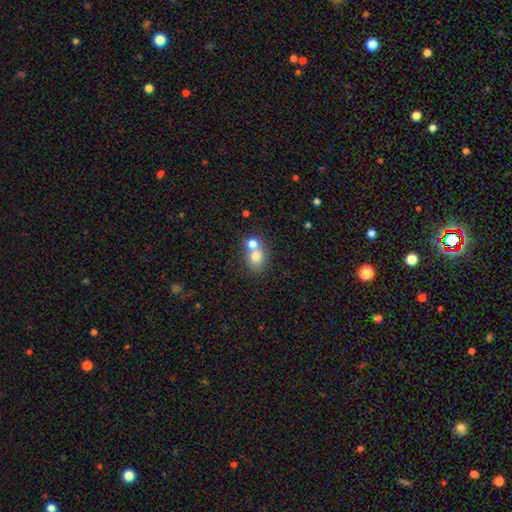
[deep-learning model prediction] Smooth or featured?
  - smooth: 75% *
  - featured or disk: 14%
  - star or artifact: 10%
How rounded?
  - round: 61% *
  - in between: 38%
  - cigar-shaped: 1%
Merging?
  - merger: 57% *
  - none: 34%
  - minor disturbance: 7%
  - major disturbance: 3%